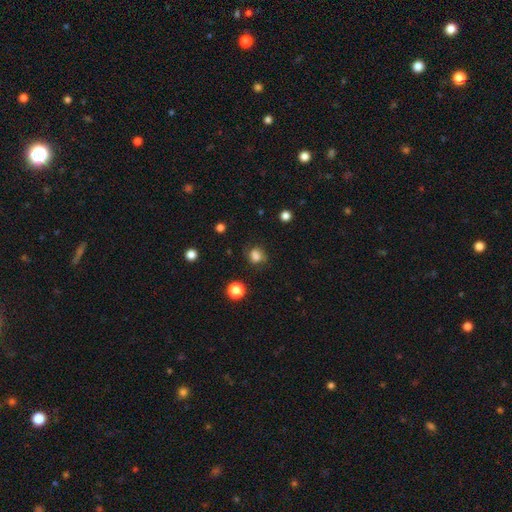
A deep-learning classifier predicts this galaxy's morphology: Smooth or featured: smooth — 78% (star or artifact — 14%)
How rounded: round — 65% (in between — 34%)
Merging: none — 70% (minor disturbance — 19%)